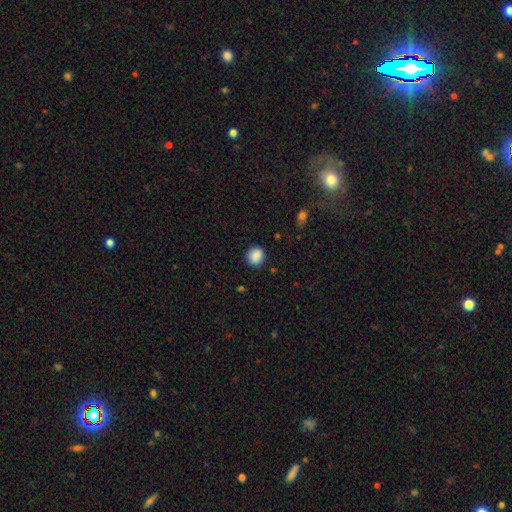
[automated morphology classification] Overall: smooth (88%). How rounded: round (82%). Merging: none (85%).